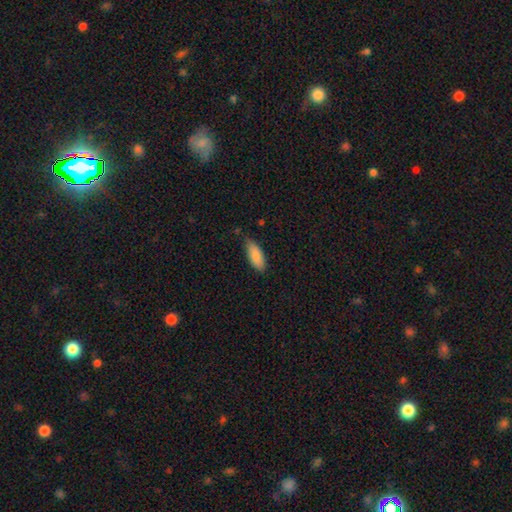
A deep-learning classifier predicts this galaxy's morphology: Q: Smooth or featured?
A: smooth (87%); runner-up: featured or disk (7%)
Q: How rounded?
A: in between (78%); runner-up: cigar-shaped (20%)
Q: Merging?
A: none (75%); runner-up: minor disturbance (20%)